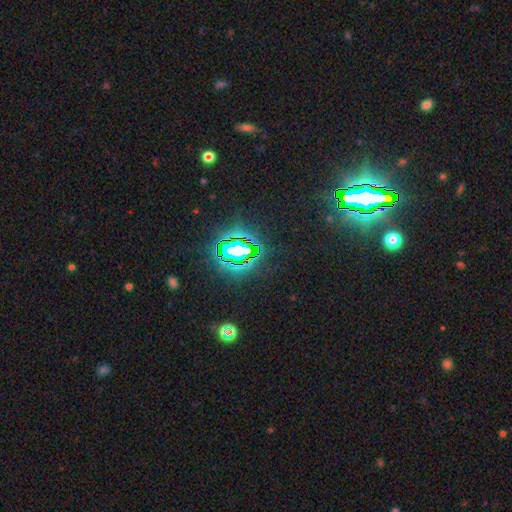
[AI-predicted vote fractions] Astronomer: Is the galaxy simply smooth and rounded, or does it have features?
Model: star or artifact — 84%.